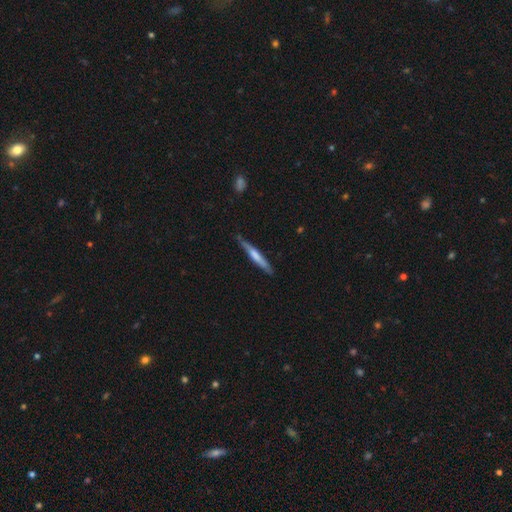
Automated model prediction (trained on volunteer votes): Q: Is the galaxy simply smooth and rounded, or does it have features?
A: smooth — 51%.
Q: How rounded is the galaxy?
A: cigar-shaped — 94%.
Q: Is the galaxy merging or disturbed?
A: none — 77%.